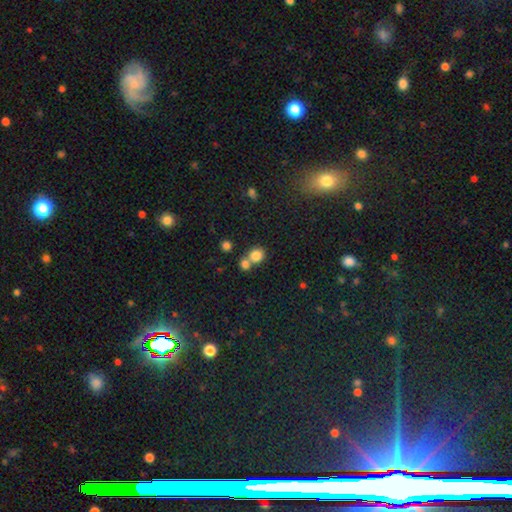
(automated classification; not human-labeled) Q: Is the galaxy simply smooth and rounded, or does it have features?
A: smooth — 81%.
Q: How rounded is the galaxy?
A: round — 80%.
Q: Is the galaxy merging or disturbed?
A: none — 46%.